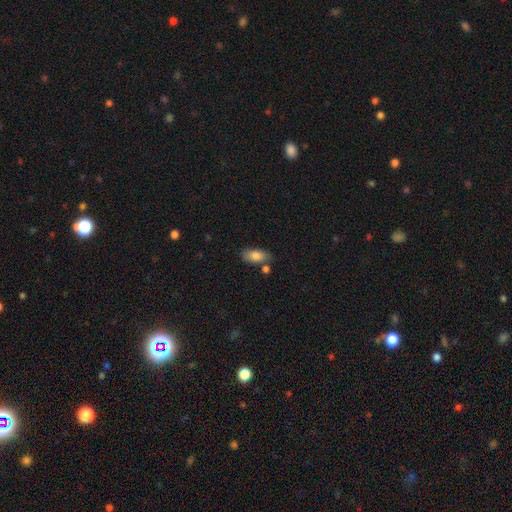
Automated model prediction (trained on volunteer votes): A smooth galaxy with no disk features (82%) that is in between round and cigar-shaped (90%).

Vote fractions:
- Smooth or featured? smooth: 82% / featured or disk: 11% / star or artifact: 7%
- How rounded? in between: 90% / cigar-shaped: 7% / round: 4%
- Merging? none: 68% / minor disturbance: 17% / merger: 11% / major disturbance: 4%